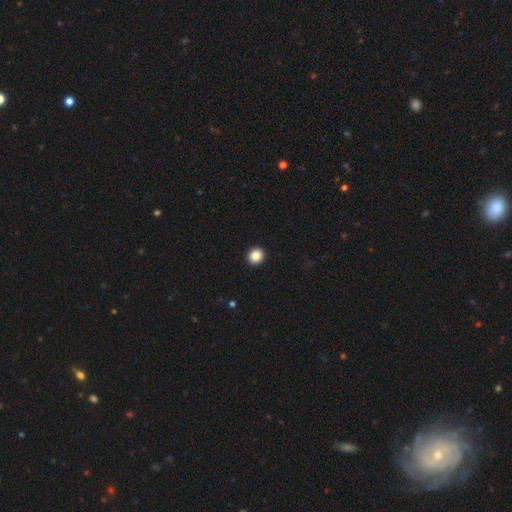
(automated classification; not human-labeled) Smooth or featured? Predicted: smooth (p=0.88). How rounded? Predicted: round (p=0.84). Merging? Predicted: none (p=0.93).